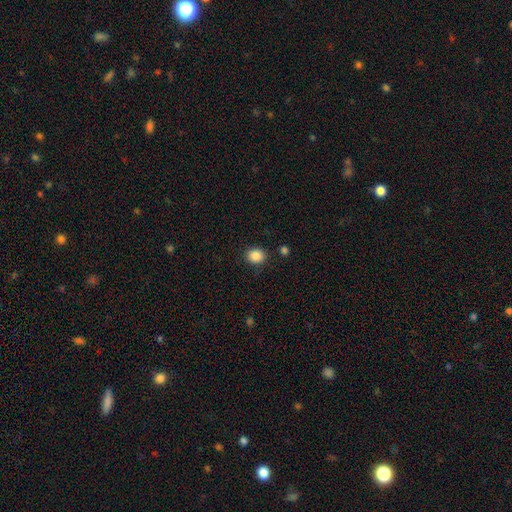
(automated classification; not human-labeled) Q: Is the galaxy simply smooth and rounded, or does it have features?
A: smooth — 87%.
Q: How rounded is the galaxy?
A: round — 65%.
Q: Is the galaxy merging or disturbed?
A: none — 86%.